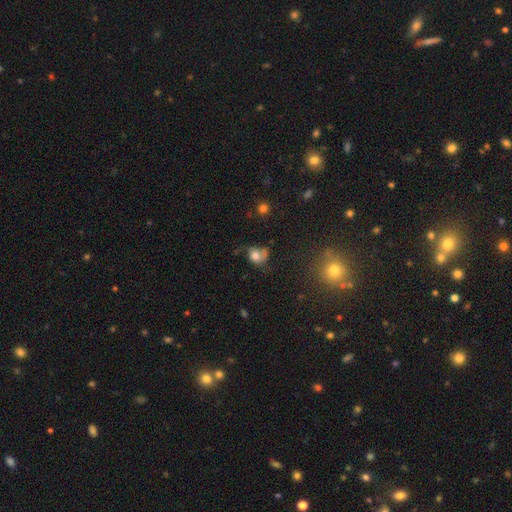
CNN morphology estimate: Q: Smooth or featured?
A: smooth (64%); runner-up: featured or disk (24%)
Q: How rounded?
A: round (56%); runner-up: in between (43%)
Q: Merging?
A: none (33%); runner-up: major disturbance (31%)